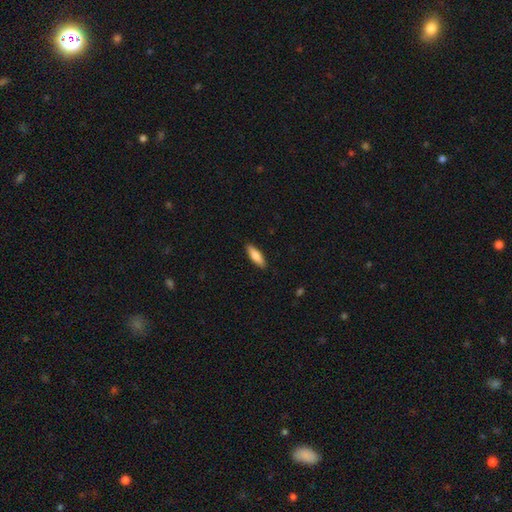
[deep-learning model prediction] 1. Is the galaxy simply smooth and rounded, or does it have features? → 78% smooth, 17% featured or disk, 5% star or artifact.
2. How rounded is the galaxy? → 55% cigar-shaped, 43% in between, 2% round.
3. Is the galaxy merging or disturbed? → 89% none, 8% minor disturbance, 2% major disturbance, 1% merger.